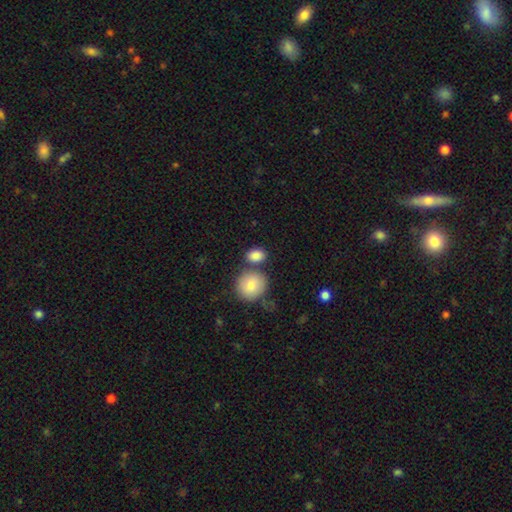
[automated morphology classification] This appears to be a smooth galaxy with no disk features (86%) that is in between round and cigar-shaped (61%). Merging: none (63%).